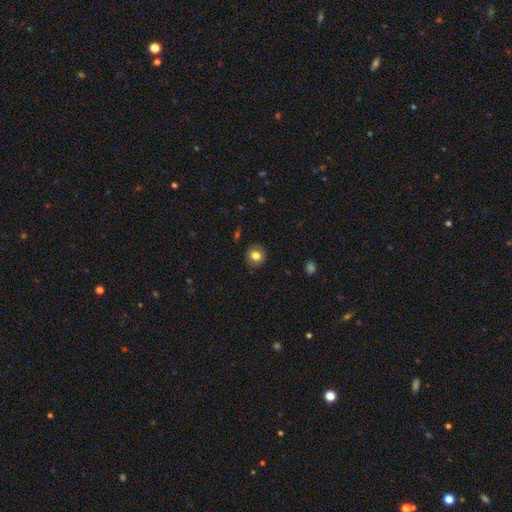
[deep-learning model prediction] Morphology: type=smooth (80%); roundness=round (89%); merging=none (88%).